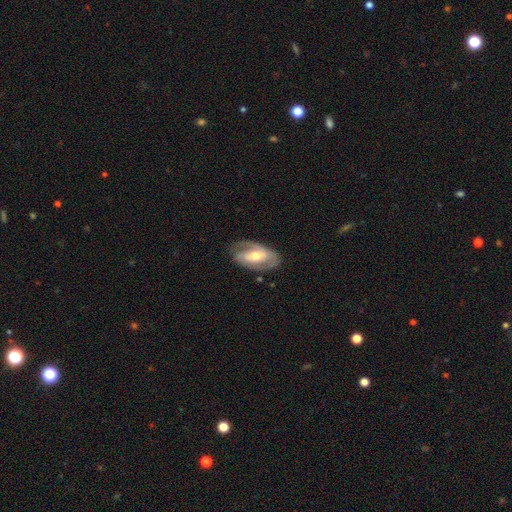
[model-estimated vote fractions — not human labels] featured or disk 75%, smooth 20%, star or artifact 5%. Down the decision tree: edge-on disk — no (94%); bar — strong (36%); spiral arms — yes (81%); spiral arm count — 2 (72%); spiral winding — tight (41%, tied with medium); bulge size — moderate (64%); merging — none (72%).